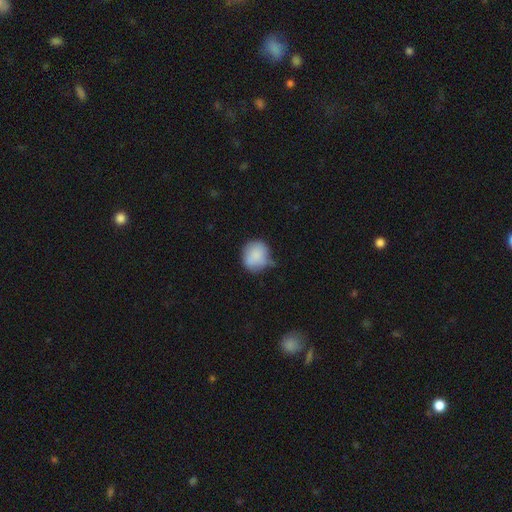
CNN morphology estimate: Smooth or featured?
  - smooth: 83% *
  - featured or disk: 10%
  - star or artifact: 8%
How rounded?
  - round: 79% *
  - in between: 20%
  - cigar-shaped: 1%
Merging?
  - none: 47% *
  - minor disturbance: 37%
  - major disturbance: 10%
  - merger: 6%